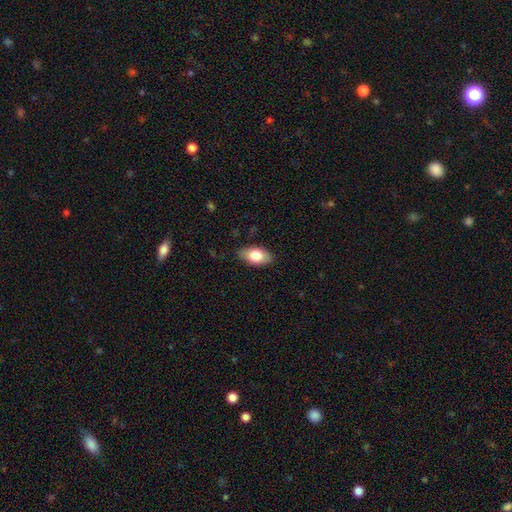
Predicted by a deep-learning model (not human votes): A smooth galaxy with no disk features (77%) that is in between round and cigar-shaped (93%).

Vote fractions:
- Smooth or featured? smooth: 77% / featured or disk: 16% / star or artifact: 7%
- How rounded? in between: 93% / round: 5% / cigar-shaped: 3%
- Merging? none: 86% / minor disturbance: 11% / major disturbance: 2% / merger: 1%